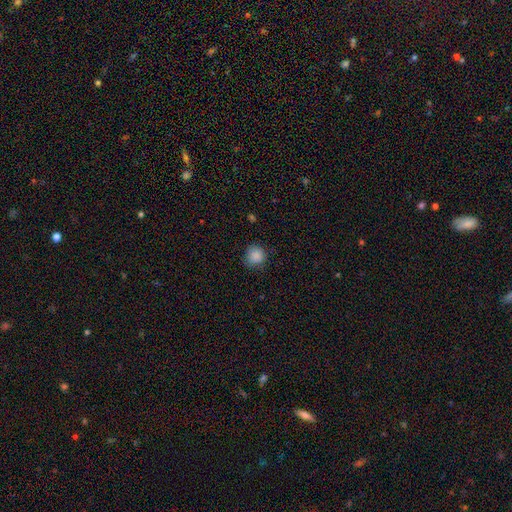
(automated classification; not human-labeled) This is clearly a smooth galaxy (88%). How rounded: clearly round (92%). Merging: clearly none (82%).